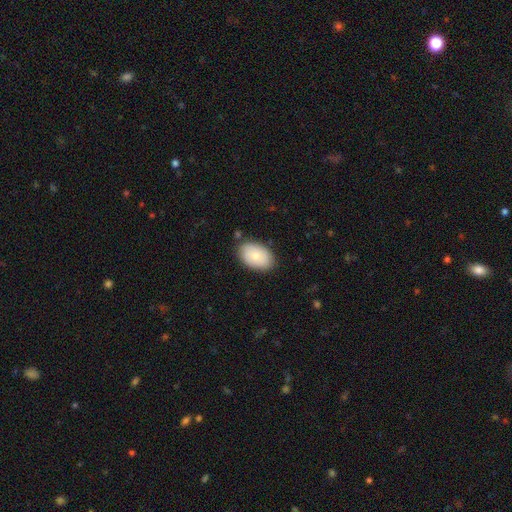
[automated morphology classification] Smooth or featured?
  - smooth: 78% *
  - featured or disk: 16%
  - star or artifact: 6%
How rounded?
  - in between: 90% *
  - round: 9%
  - cigar-shaped: 1%
Merging?
  - none: 82% *
  - minor disturbance: 14%
  - major disturbance: 3%
  - merger: 2%